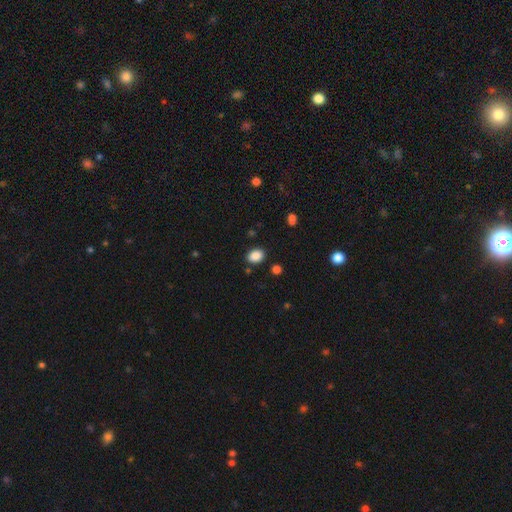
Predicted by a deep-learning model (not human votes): smooth 87%, star or artifact 9%, featured or disk 3%. Down the decision tree: how rounded — in between (66%); merging — none (86%).